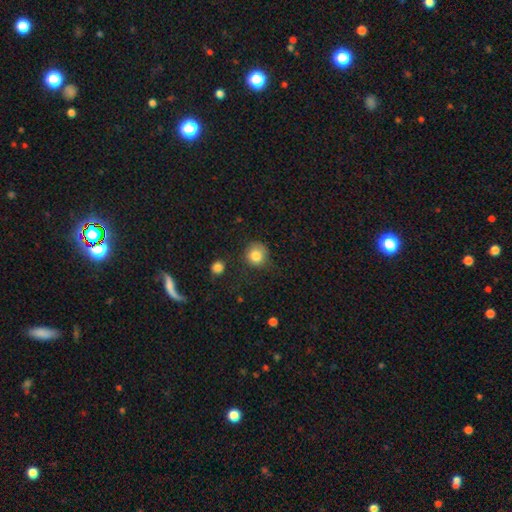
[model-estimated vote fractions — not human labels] A smooth galaxy with no disk features (83%) that is round (88%). Merging: none (70%).